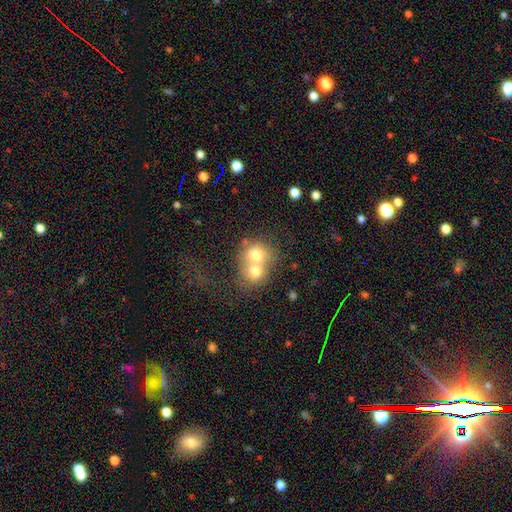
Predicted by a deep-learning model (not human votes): Smooth or featured?
  - smooth: 66% *
  - featured or disk: 23%
  - star or artifact: 11%
How rounded?
  - round: 73% *
  - in between: 26%
  - cigar-shaped: 1%
Merging?
  - merger: 72% *
  - none: 19%
  - minor disturbance: 5%
  - major disturbance: 4%